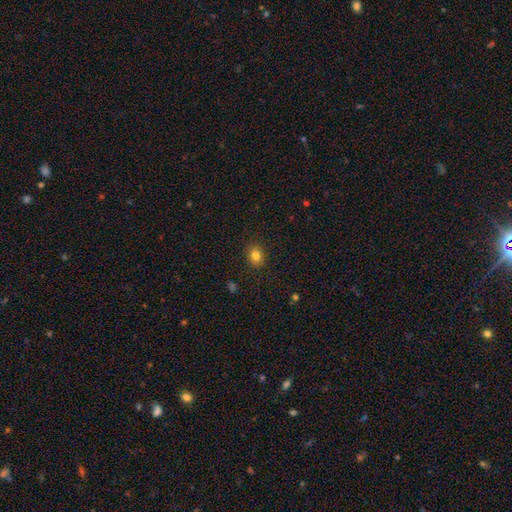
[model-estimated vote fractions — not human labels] Overall: smooth (81%). How rounded: round (65%; in between 34%). Merging: none (89%).